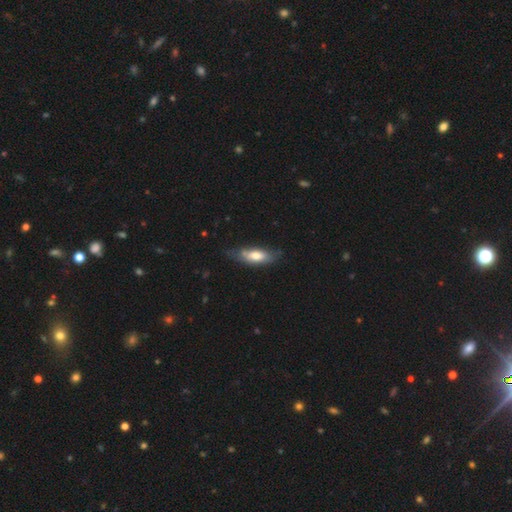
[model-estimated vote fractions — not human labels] This is likely a smooth galaxy (64%). How rounded: likely in between (64%). Merging: possibly none (60%).